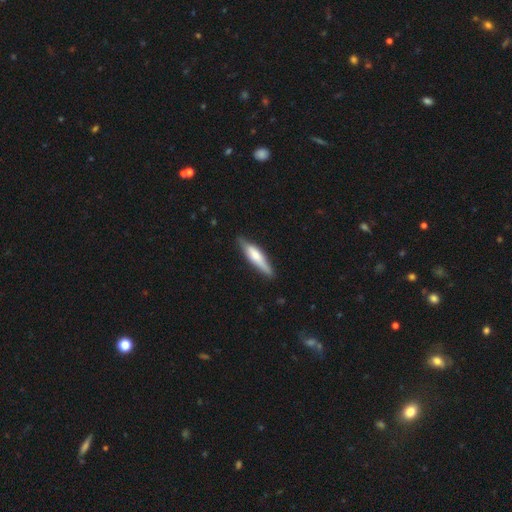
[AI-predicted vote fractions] This appears to be a smooth galaxy with no disk features (51%) that is cigar-shaped (77%). Merging: none (82%).